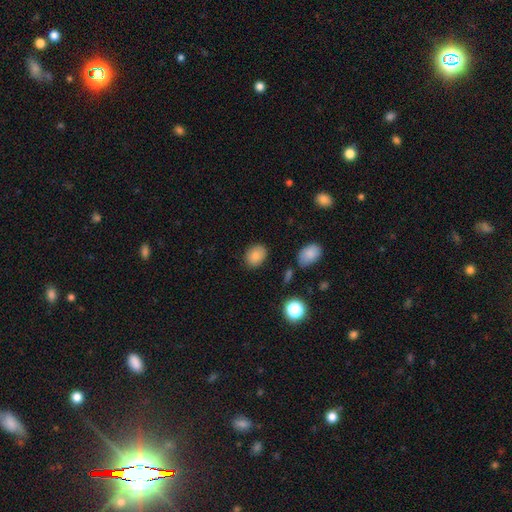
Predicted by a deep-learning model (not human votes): Smooth or featured? Predicted: smooth (p=0.83). How rounded? Predicted: in between (p=0.62). Merging? Predicted: none (p=0.82).